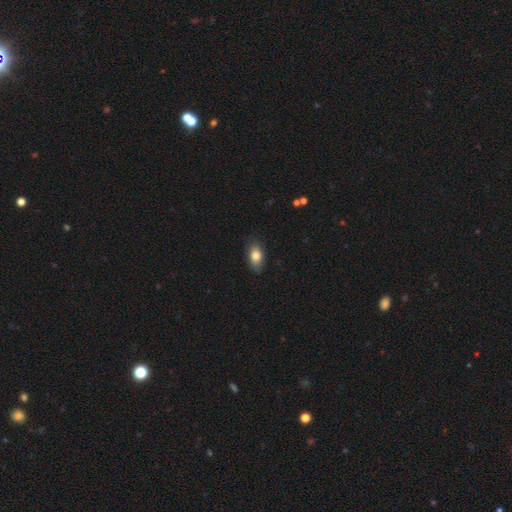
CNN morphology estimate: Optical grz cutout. It shows a smooth galaxy with no disk features (82%) that is in between round and cigar-shaped (89%). Merging: none (84%).